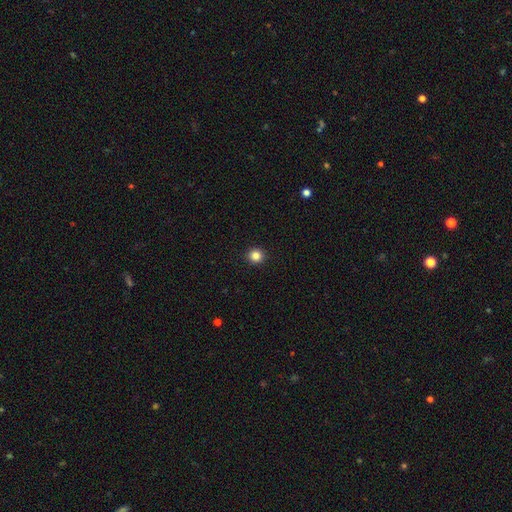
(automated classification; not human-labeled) Q: Smooth or featured?
A: smooth (84%); runner-up: star or artifact (12%)
Q: How rounded?
A: round (93%); runner-up: in between (6%)
Q: Merging?
A: none (93%); runner-up: minor disturbance (4%)